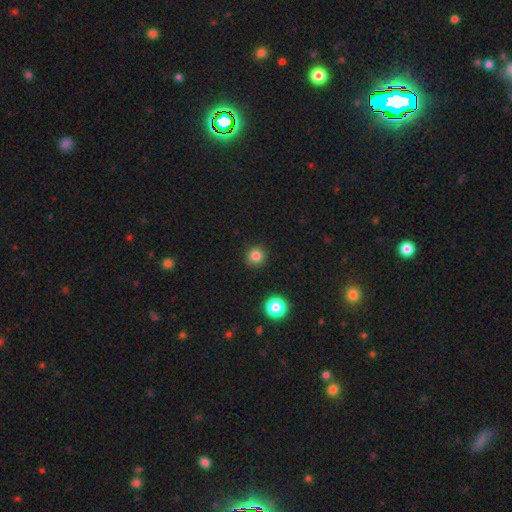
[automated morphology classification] smooth-or-featured: smooth: 82% | star or artifact: 13% | featured or disk: 4%
  how-rounded: round: 94% | in between: 5% | cigar-shaped: 1%
  merging: none: 91% | minor disturbance: 6% | major disturbance: 2% | merger: 1%